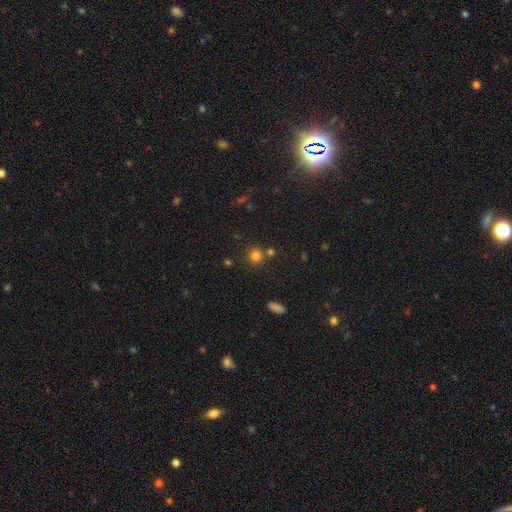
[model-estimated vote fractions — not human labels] The model was most divided on "merging": none: 73%, merger: 15%, minor disturbance: 8%, major disturbance: 3%. More confident: how rounded — round (89%); smooth or featured — smooth (78%).